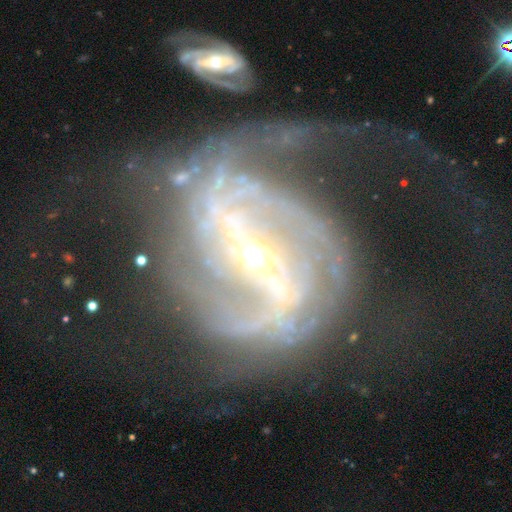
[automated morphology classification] Q: Smooth or featured?
A: featured or disk (90%); runner-up: star or artifact (6%)
Q: Edge-on disk?
A: no (97%); runner-up: yes (3%)
Q: Bar?
A: strong (60%); runner-up: weak (30%)
Q: Spiral arms?
A: yes (94%); runner-up: no (6%)
Q: Spiral winding?
A: medium (41%); runner-up: loose (30%)
Q: Spiral arm count?
A: 2 (51%); runner-up: can't tell (19%)
Q: Bulge size?
A: small (64%); runner-up: moderate (32%)
Q: Merging?
A: major disturbance (50%); runner-up: none (30%)